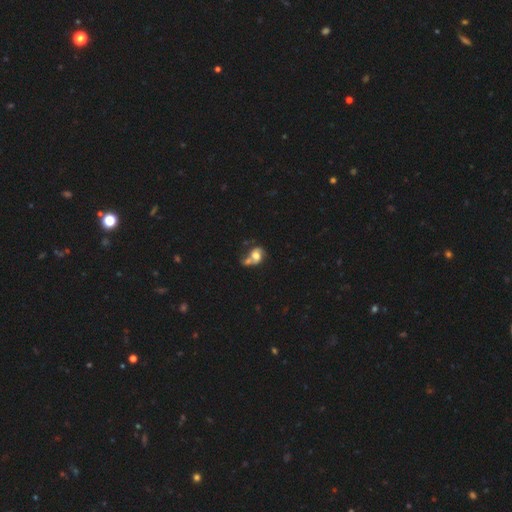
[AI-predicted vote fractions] smooth-or-featured: smooth: 45% (tied) | featured or disk: 45% (tied) | star or artifact: 10%
  merging: merger: 51% | none: 21% | major disturbance: 15% | minor disturbance: 13%